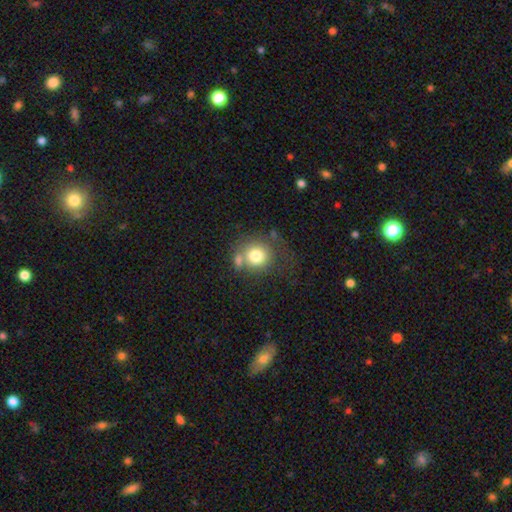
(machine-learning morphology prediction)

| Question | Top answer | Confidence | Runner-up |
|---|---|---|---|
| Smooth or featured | smooth | 75% | featured or disk (15%) |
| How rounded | round | 86% | in between (13%) |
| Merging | none | 51% | merger (25%) |